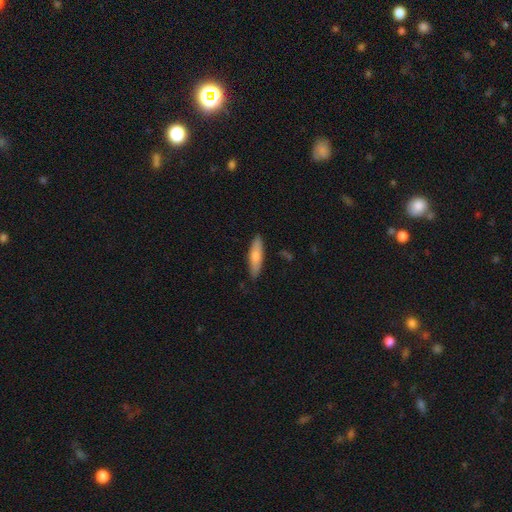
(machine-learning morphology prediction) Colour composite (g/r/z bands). It shows a smooth galaxy with no disk features (72%) that is cigar-shaped (67%). Merging: none (86%).